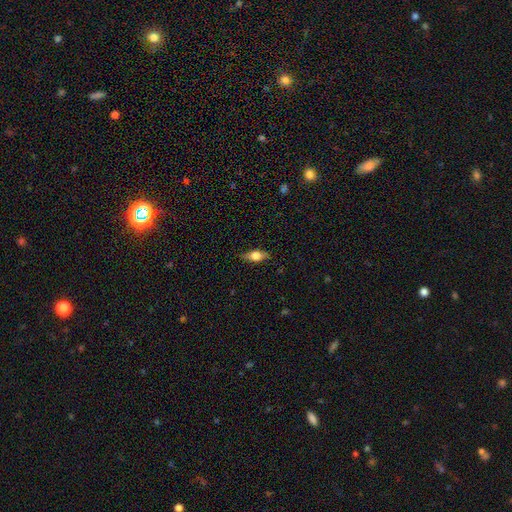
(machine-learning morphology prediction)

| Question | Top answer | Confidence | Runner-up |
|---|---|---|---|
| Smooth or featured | smooth | 58% | featured or disk (35%) |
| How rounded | in between | 72% | cigar-shaped (22%) |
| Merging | none | 83% | minor disturbance (13%) |